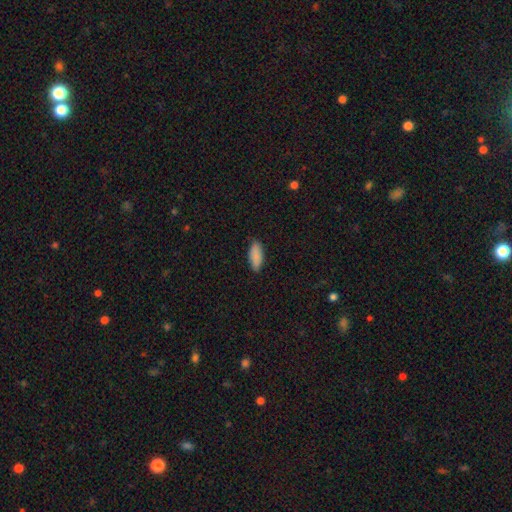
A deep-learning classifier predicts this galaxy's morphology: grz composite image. It shows a smooth galaxy with no disk features (88%) that is in between round and cigar-shaped (82%). Merging: none (85%).